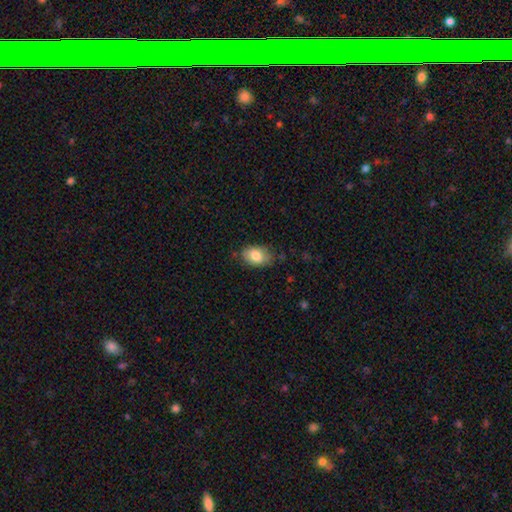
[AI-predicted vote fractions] A smooth galaxy with no disk features (81%) that is in between round and cigar-shaped (87%). Merging: none (74%).